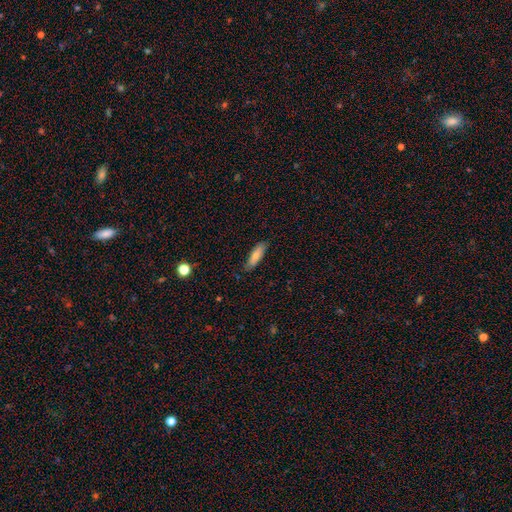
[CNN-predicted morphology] Q: Smooth or featured?
A: smooth (78%); runner-up: featured or disk (16%)
Q: How rounded?
A: in between (50%); runner-up: cigar-shaped (49%)
Q: Merging?
A: none (82%); runner-up: minor disturbance (14%)